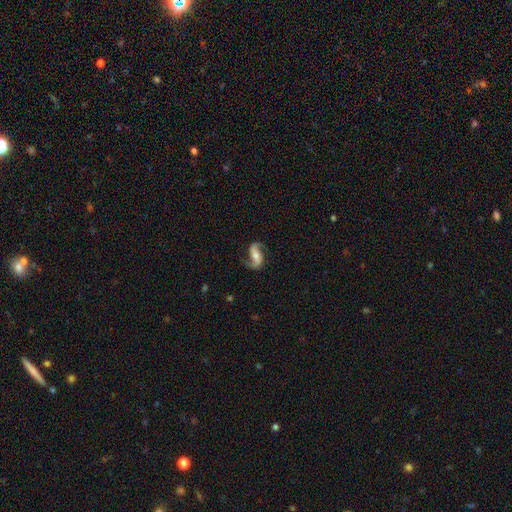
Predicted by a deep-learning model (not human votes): Overall: featured or disk (86%). Edge-on disk: no (96%). Bar: no (34%, tied with strong). Spiral arms: yes (96%). Spiral arm count: 2 (92%). Spiral winding: loose (57%; medium 33%). Bulge size: moderate (54%; small 34%). Merging: none (78%).